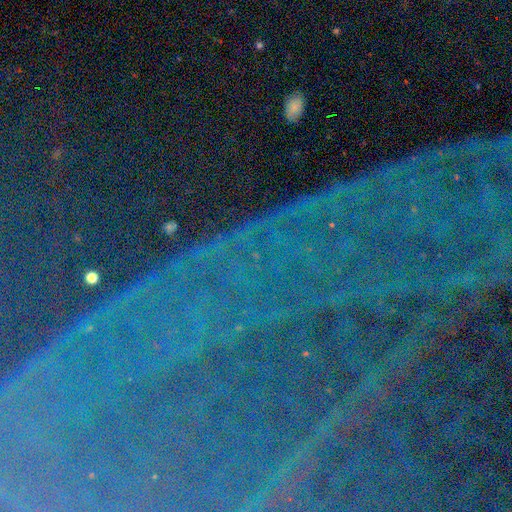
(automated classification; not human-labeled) Smooth or featured: star or artifact — 88% (featured or disk — 7%)